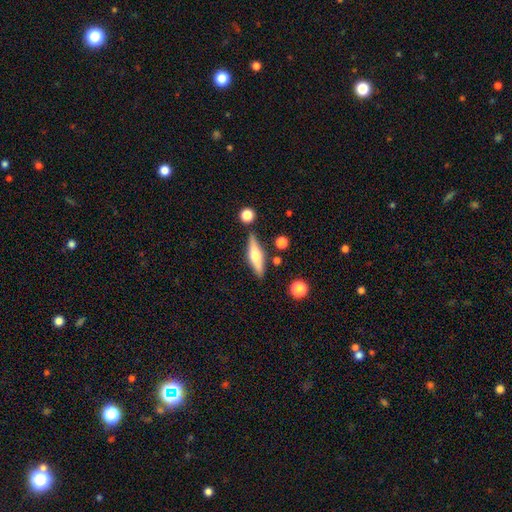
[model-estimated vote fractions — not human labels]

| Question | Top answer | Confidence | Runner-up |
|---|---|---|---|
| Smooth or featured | featured or disk | 51% | smooth (42%) |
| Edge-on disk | yes | 94% | no (6%) |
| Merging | none | 82% | minor disturbance (11%) |